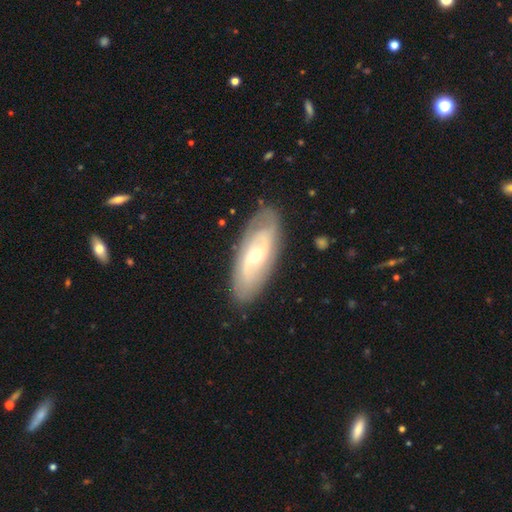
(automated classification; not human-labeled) Smooth or featured? featured or disk (71%)
Edge-on disk? no (88%)
Bar? no (59%)
Spiral arms? yes (76%)
Bulge size? small (57%)
Merging? none (85%)